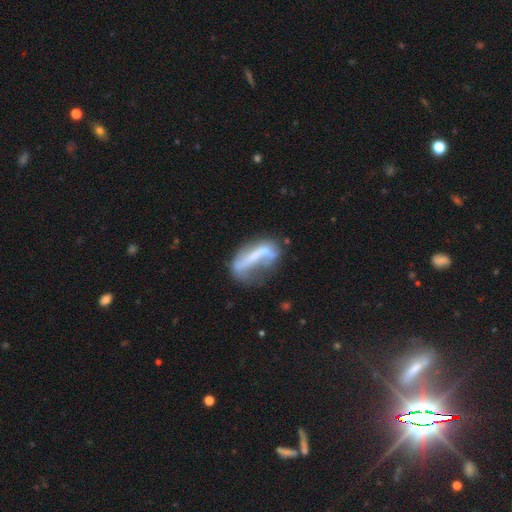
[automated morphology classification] Smooth or featured? Predicted: featured or disk (p=0.55). Edge-on disk? Predicted: no (p=0.84). Merging? Predicted: none (p=0.33).